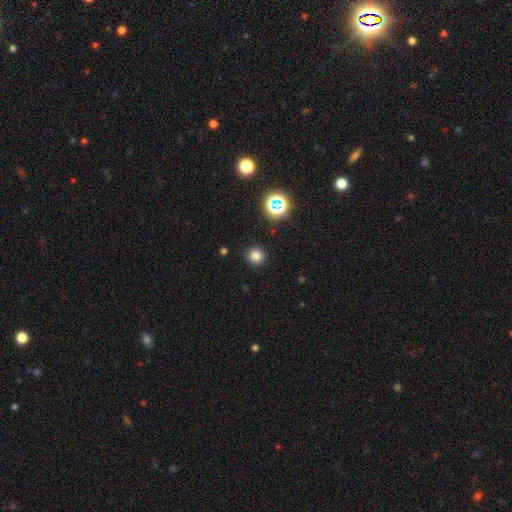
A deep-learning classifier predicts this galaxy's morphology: smooth_or_featured: smooth (p=0.78) [alt: star or artifact p=0.17]
how_rounded: round (p=0.94) [alt: in between p=0.05]
merging: none (p=0.91) [alt: minor disturbance p=0.05]